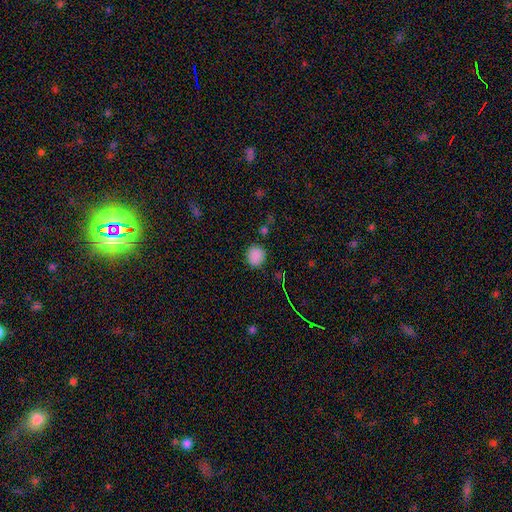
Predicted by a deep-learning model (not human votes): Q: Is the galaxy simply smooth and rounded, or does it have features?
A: smooth — 85%.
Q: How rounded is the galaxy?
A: round — 87%.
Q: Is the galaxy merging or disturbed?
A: none — 86%.